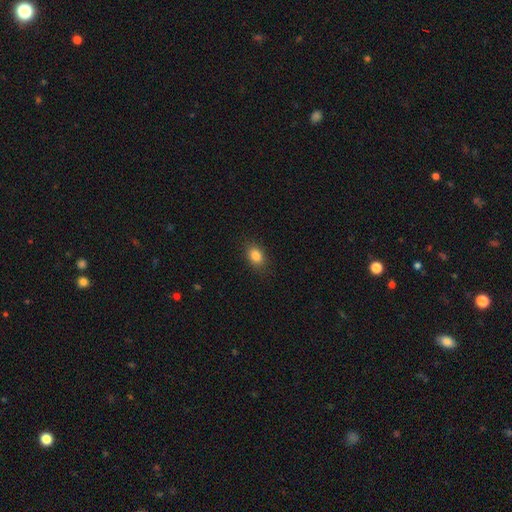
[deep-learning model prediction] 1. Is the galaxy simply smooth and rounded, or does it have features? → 84% smooth, 10% star or artifact, 6% featured or disk.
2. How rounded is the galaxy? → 77% in between, 22% round, 2% cigar-shaped.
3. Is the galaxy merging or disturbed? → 86% none, 10% minor disturbance, 3% major disturbance, 1% merger.